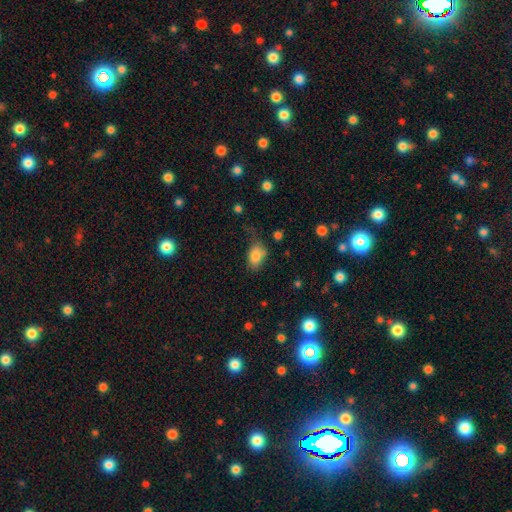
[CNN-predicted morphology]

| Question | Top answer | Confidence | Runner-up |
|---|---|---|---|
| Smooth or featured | smooth | 83% | featured or disk (9%) |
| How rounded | in between | 86% | round (13%) |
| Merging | none | 47% | minor disturbance (33%) |